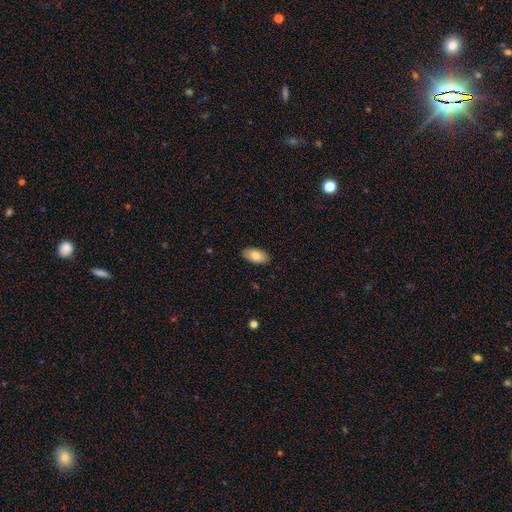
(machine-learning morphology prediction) Smooth or featured: smooth — 79% (featured or disk — 14%)
How rounded: in between — 94% (round — 3%)
Merging: none — 89% (minor disturbance — 9%)